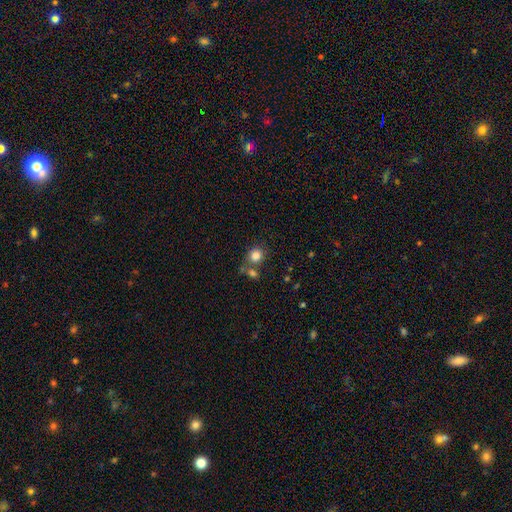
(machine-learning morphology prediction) A smooth galaxy with no disk features (82%) that is round (79%).

Vote fractions:
- Smooth or featured? smooth: 82% / star or artifact: 11% / featured or disk: 8%
- How rounded? round: 79% / in between: 20% / cigar-shaped: 1%
- Merging? none: 61% / merger: 24% / minor disturbance: 11% / major disturbance: 4%